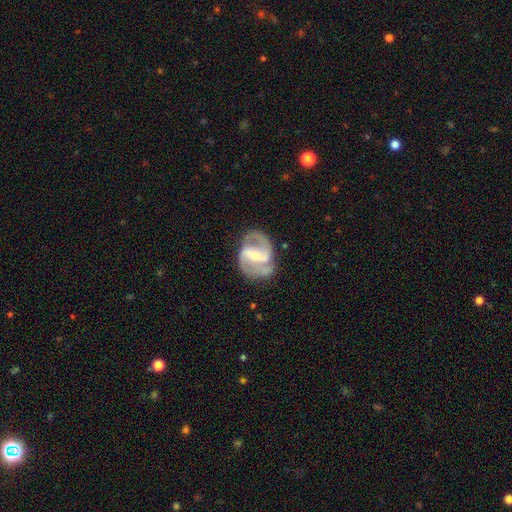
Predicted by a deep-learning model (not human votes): This appears to be a featured or disk galaxy (88%) with a strong bar (53%), 2 (87%) medium (57%) spiral arms (95%) and a small central bulge (56%). Merging: none (73%).